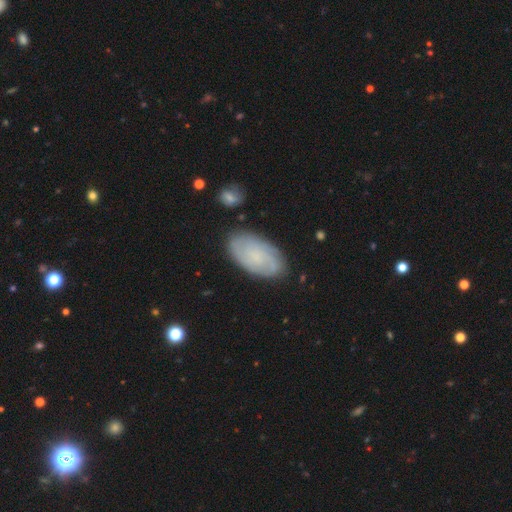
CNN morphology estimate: A featured or disk galaxy (53%).

Vote fractions:
- Smooth or featured? featured or disk: 53% / smooth: 40% / star or artifact: 7%
- Edge-on disk? no: 95% / yes: 5%
- Merging? none: 82% / minor disturbance: 13% / major disturbance: 3% / merger: 2%